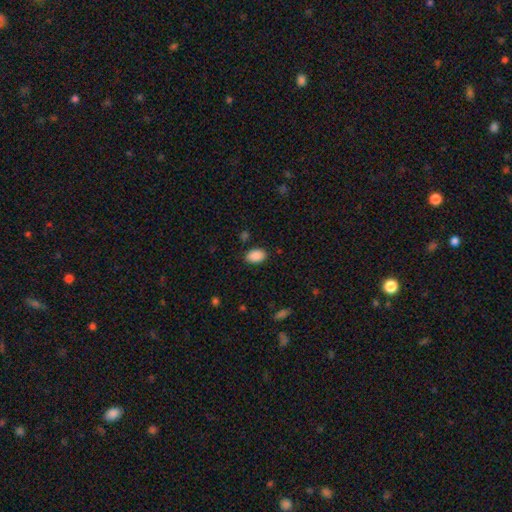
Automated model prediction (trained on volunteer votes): A smooth galaxy with no disk features (90%) that is in between round and cigar-shaped (89%).

Vote fractions:
- Smooth or featured? smooth: 90% / star or artifact: 8% / featured or disk: 3%
- How rounded? in between: 89% / round: 10% / cigar-shaped: 1%
- Merging? none: 85% / minor disturbance: 10% / major disturbance: 3% / merger: 1%